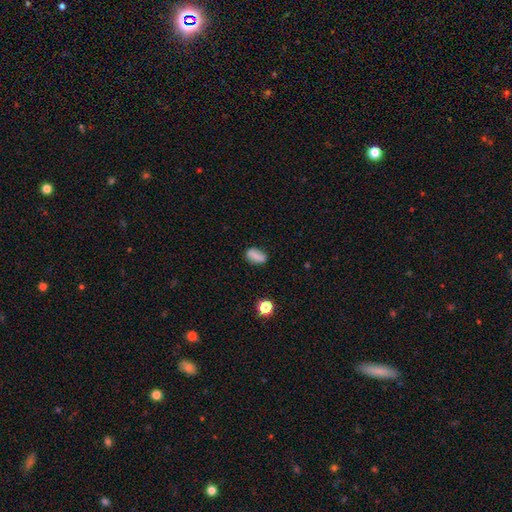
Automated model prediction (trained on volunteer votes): This is likely a smooth galaxy (78%). How rounded: clearly in between (84%). Merging: likely none (72%).